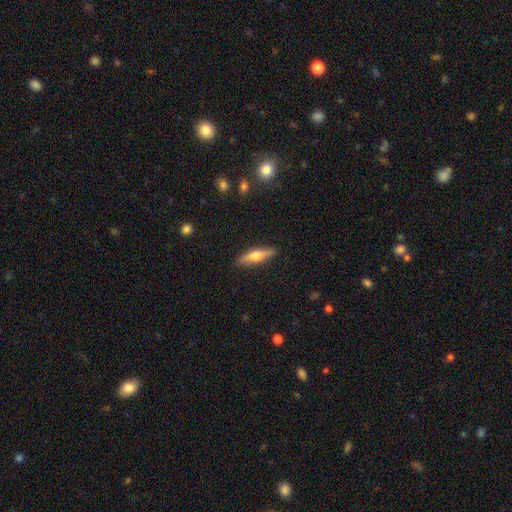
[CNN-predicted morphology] type=featured or disk (48%); merging=none (88%).